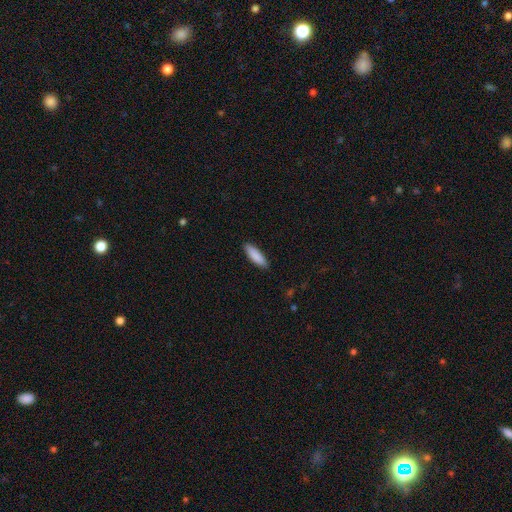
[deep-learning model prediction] smooth 89%, featured or disk 6%, star or artifact 6%. Down the decision tree: how rounded — cigar-shaped (55%); merging — none (89%).